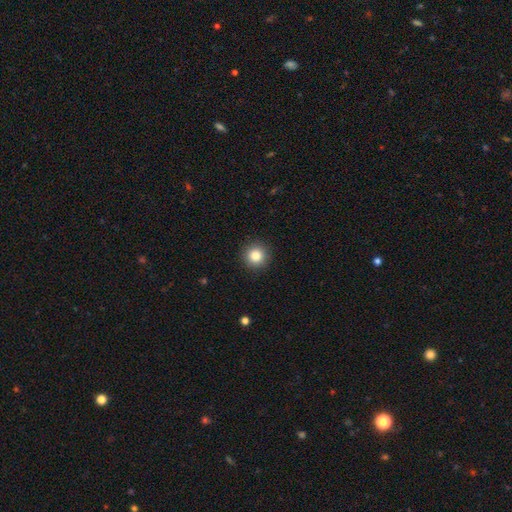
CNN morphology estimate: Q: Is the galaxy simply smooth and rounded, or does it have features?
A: smooth — 83%.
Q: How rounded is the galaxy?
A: round — 95%.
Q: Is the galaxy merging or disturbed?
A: none — 92%.